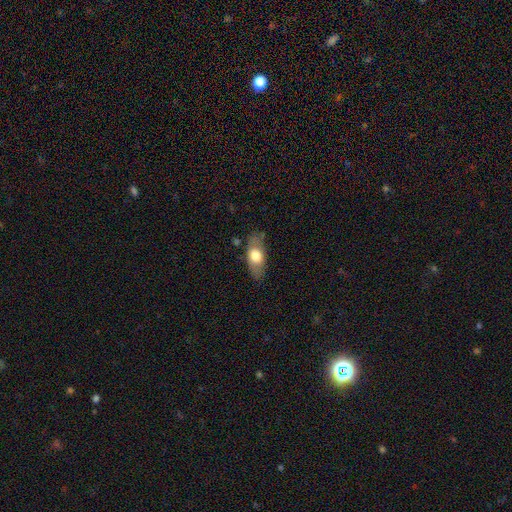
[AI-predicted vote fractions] Smooth or featured? smooth (65%)
How rounded? in between (82%)
Merging? none (74%)